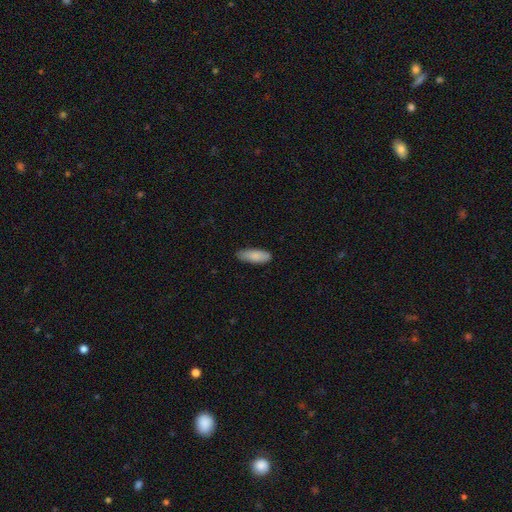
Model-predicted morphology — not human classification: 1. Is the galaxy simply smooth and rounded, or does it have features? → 86% smooth, 9% featured or disk, 6% star or artifact.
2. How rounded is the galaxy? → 69% in between, 29% cigar-shaped, 2% round.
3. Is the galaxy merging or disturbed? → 83% none, 14% minor disturbance, 2% major disturbance, 1% merger.